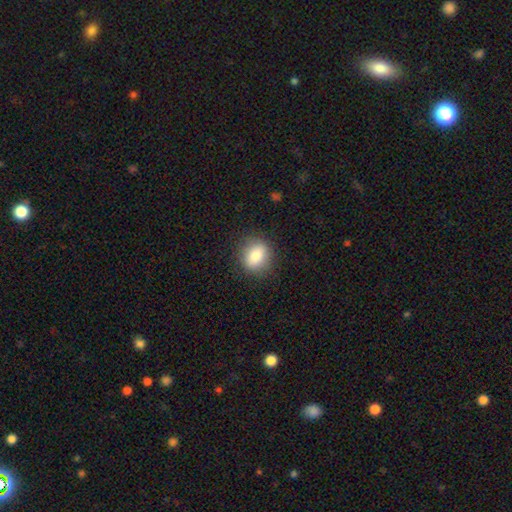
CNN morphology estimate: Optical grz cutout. It shows a smooth galaxy with no disk features (79%) that is round (54%). Merging: none (86%).